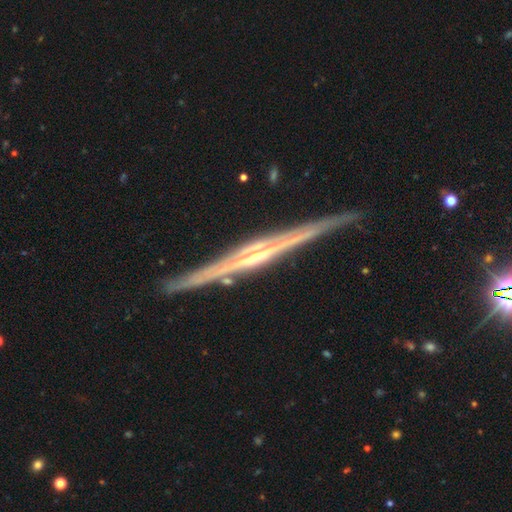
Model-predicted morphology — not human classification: Smooth or featured? featured or disk (89%)
Edge-on disk? yes (98%)
Edge-on bulge? rounded (60%)
Merging? none (89%)